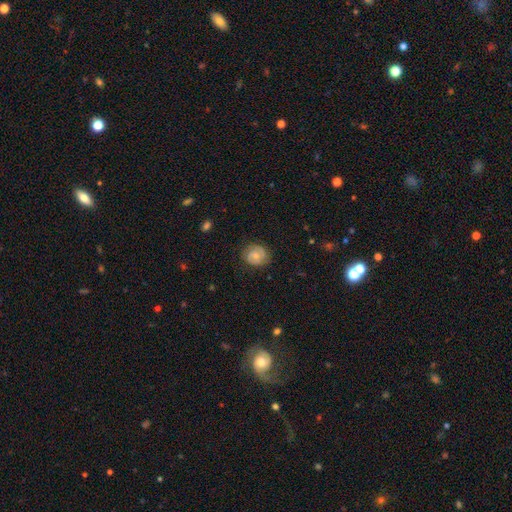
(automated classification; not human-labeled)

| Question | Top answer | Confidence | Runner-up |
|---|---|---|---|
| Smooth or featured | featured or disk | 55% | smooth (37%) |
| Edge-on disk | no | 97% | yes (3%) |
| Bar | no | 69% | weak (27%) |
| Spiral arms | yes | 82% | no (18%) |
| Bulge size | moderate | 48% | small (46%) |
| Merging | none | 78% | minor disturbance (16%) |